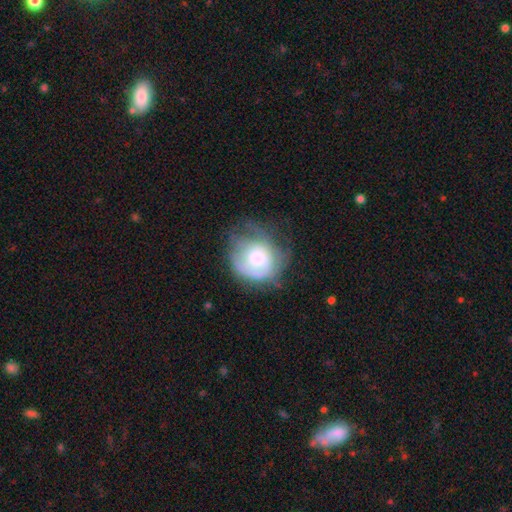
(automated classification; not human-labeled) smooth-or-featured: smooth: 49% | featured or disk: 42% | star or artifact: 9%
  merging: none: 45% | minor disturbance: 30% | major disturbance: 23% | merger: 2%